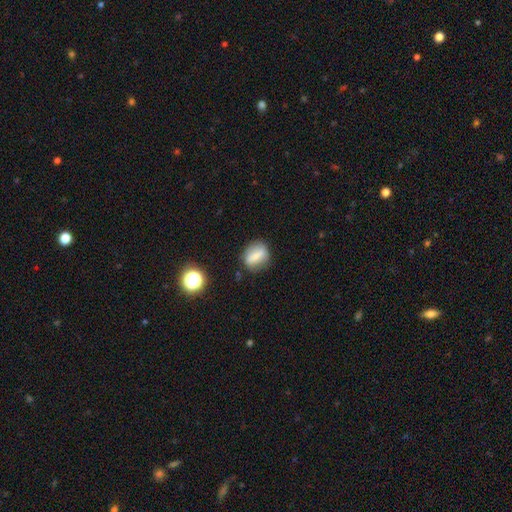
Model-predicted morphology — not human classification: Overall: smooth (59%; featured or disk 30%). How rounded: in between (51%; round 45%). Merging: none (76%).